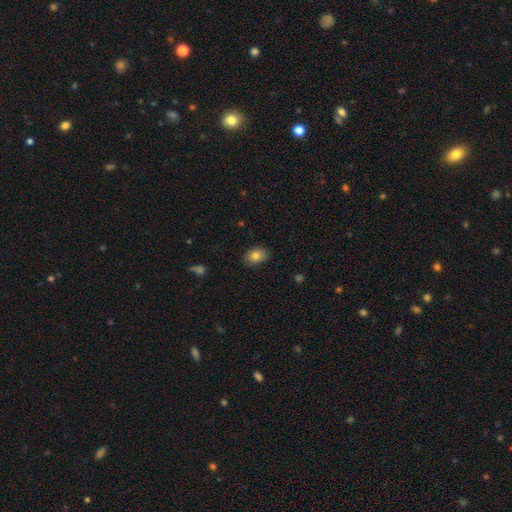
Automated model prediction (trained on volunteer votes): Smooth or featured: smooth — 82% (star or artifact — 9%)
How rounded: in between — 74% (round — 25%)
Merging: none — 86% (minor disturbance — 11%)